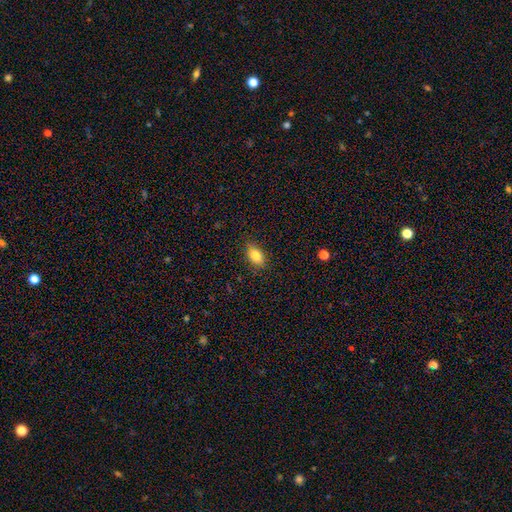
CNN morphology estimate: A smooth galaxy with no disk features (84%) that is in between round and cigar-shaped (87%). Merging: none (84%).